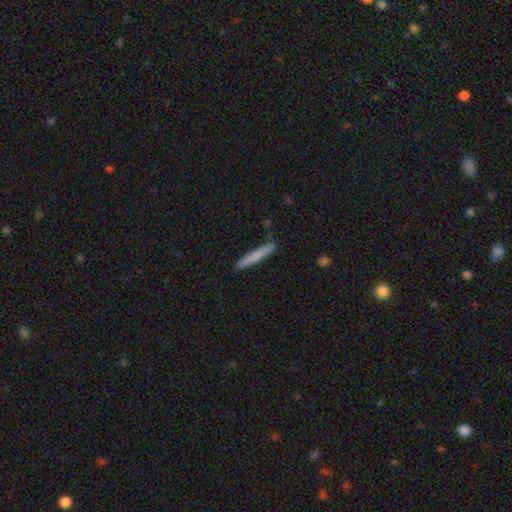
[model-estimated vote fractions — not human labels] smooth-or-featured: smooth: 73% | featured or disk: 21% | star or artifact: 6%
  how-rounded: cigar-shaped: 96% | in between: 3% | round: 1%
  merging: none: 89% | minor disturbance: 8% | merger: 2% | major disturbance: 2%